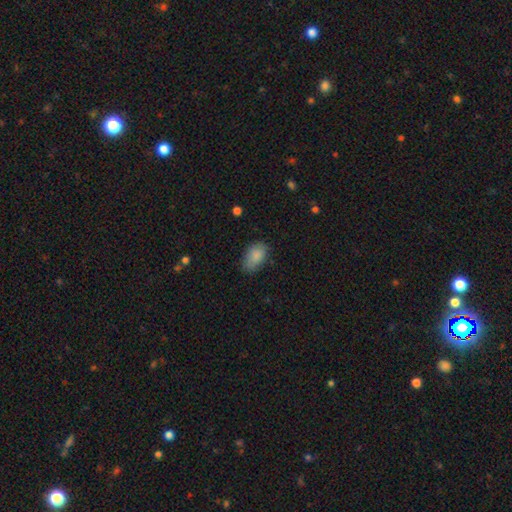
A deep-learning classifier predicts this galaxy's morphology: smooth-or-featured: smooth: 86% | star or artifact: 7% | featured or disk: 7%
  how-rounded: in between: 91% | round: 8% | cigar-shaped: 1%
  merging: none: 71% | minor disturbance: 22% | major disturbance: 5% | merger: 1%